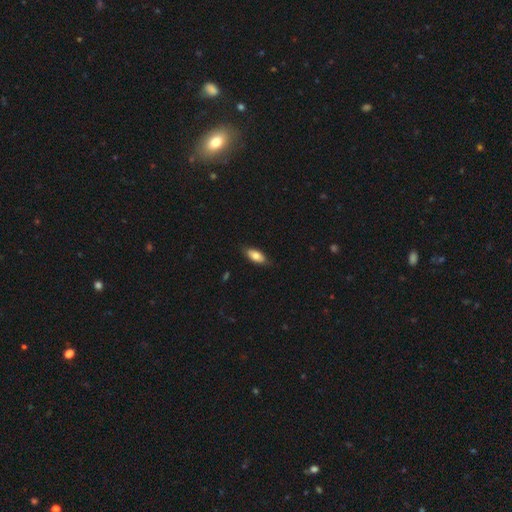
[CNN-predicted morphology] smooth 78%, featured or disk 15%, star or artifact 6%. Down the decision tree: how rounded — in between (85%); merging — none (82%).